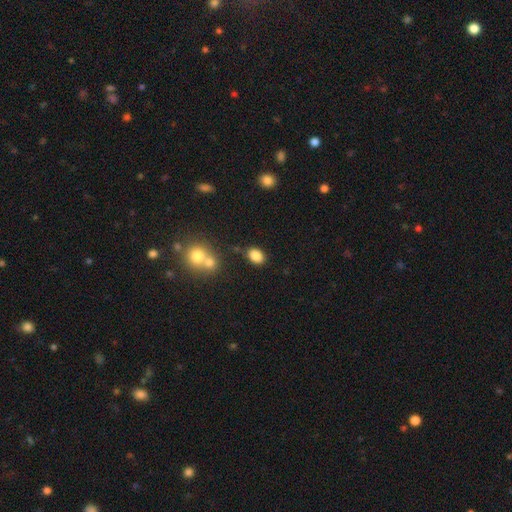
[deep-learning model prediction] Q: Smooth or featured?
A: smooth (85%); runner-up: star or artifact (10%)
Q: How rounded?
A: in between (79%); runner-up: round (20%)
Q: Merging?
A: none (79%); runner-up: minor disturbance (12%)